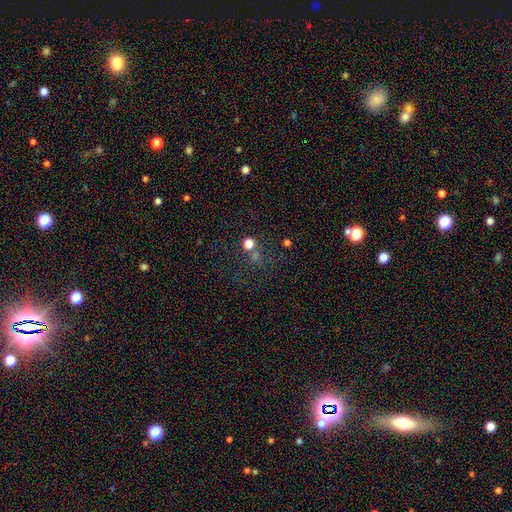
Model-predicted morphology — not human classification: A star or artifact, not a galaxy (50%).